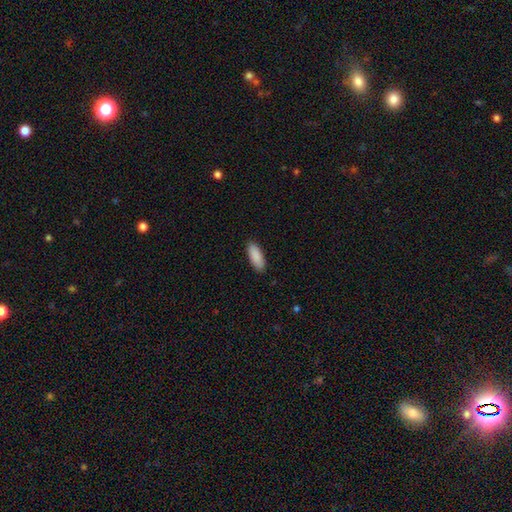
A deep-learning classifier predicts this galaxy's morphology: Smooth or featured? Predicted: smooth (p=0.90). How rounded? Predicted: in between (p=0.76). Merging? Predicted: none (p=0.90).